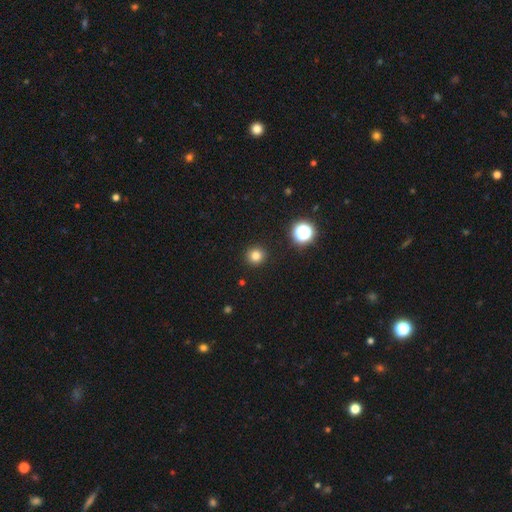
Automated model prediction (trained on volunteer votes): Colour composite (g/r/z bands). It shows a smooth galaxy with no disk features (80%) that is round (94%). Merging: none (92%).